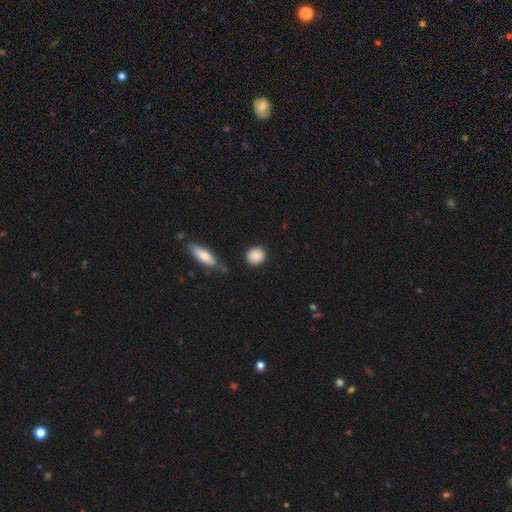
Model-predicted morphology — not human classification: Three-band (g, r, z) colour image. It shows a smooth galaxy with no disk features (89%) that is round (71%). Merging: none (86%).